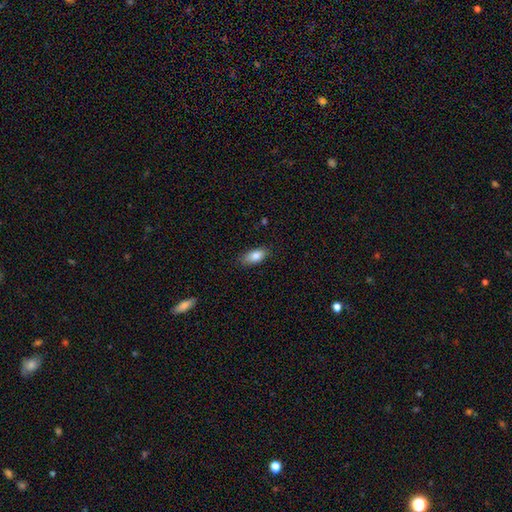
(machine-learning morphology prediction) Smooth or featured? Predicted: smooth (p=0.83). How rounded? Predicted: in between (p=0.88). Merging? Predicted: none (p=0.82).